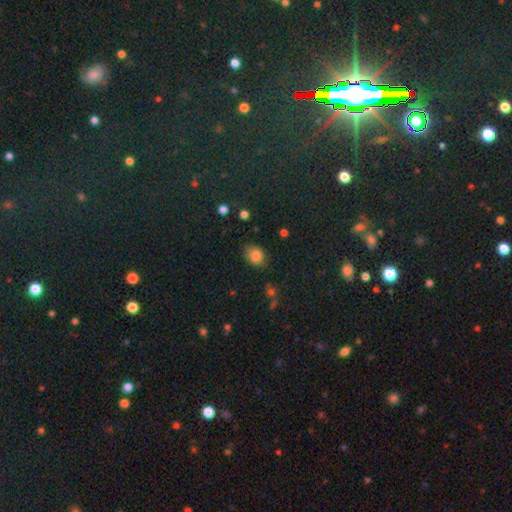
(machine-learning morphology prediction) A smooth galaxy with no disk features (82%) that is in between round and cigar-shaped (61%). Merging: none (77%).